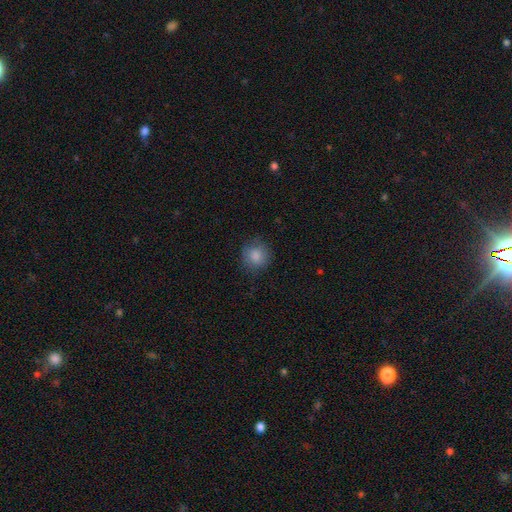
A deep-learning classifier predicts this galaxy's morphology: Smooth or featured? Predicted: smooth (p=0.85). How rounded? Predicted: round (p=0.87). Merging? Predicted: none (p=0.80).